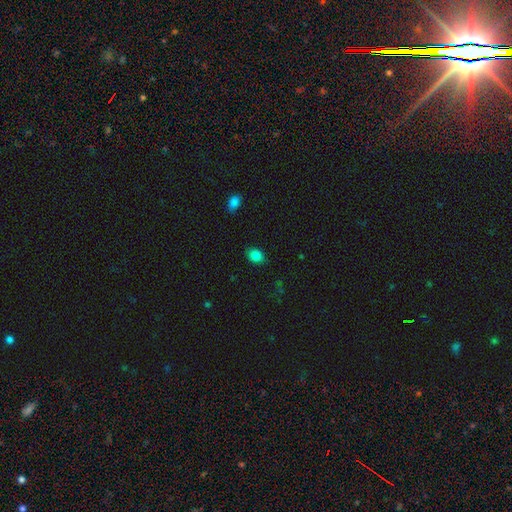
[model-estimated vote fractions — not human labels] The model was most divided on "how rounded": in between: 70%, round: 29%, cigar-shaped: 1%. More confident: smooth or featured — smooth (84%); merging — none (84%).